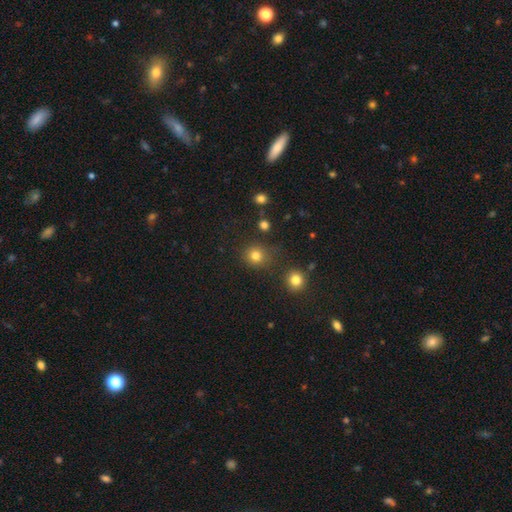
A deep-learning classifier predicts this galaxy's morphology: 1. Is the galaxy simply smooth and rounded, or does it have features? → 80% smooth, 15% star or artifact, 5% featured or disk.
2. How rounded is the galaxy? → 89% round, 10% in between, 1% cigar-shaped.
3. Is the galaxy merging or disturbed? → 81% none, 10% minor disturbance, 5% merger, 4% major disturbance.